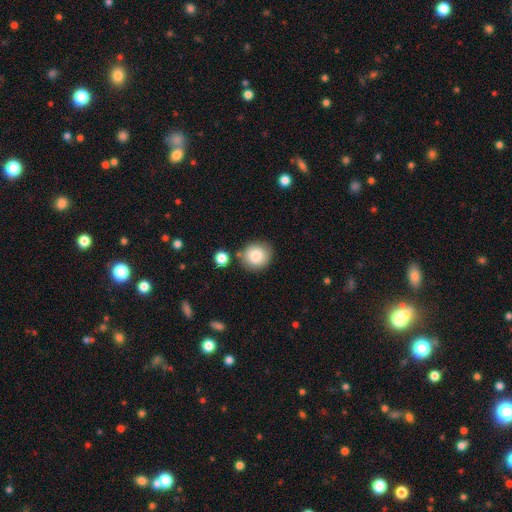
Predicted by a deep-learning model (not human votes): Smooth or featured?
  - smooth: 84% *
  - star or artifact: 8%
  - featured or disk: 8%
How rounded?
  - round: 89% *
  - in between: 10%
  - cigar-shaped: 1%
Merging?
  - none: 78% *
  - minor disturbance: 11%
  - merger: 7%
  - major disturbance: 3%